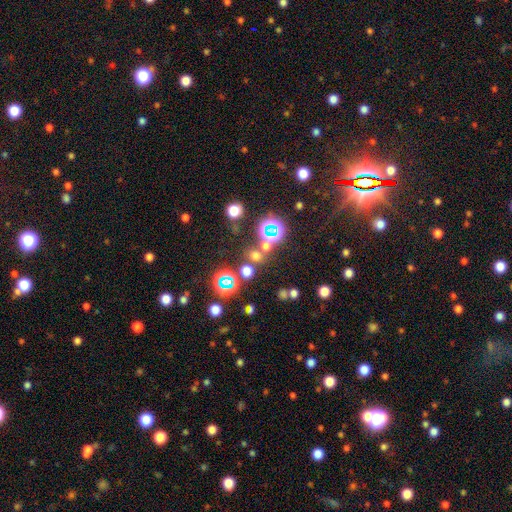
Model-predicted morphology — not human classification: Smooth or featured? smooth (51%)
How rounded? round (85%)
Merging? none (72%)